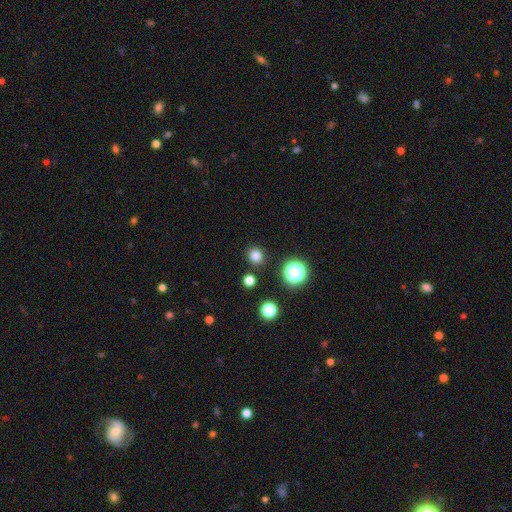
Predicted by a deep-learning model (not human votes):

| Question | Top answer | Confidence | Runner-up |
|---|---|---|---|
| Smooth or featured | smooth | 79% | star or artifact (17%) |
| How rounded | round | 87% | in between (12%) |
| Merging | none | 89% | minor disturbance (6%) |